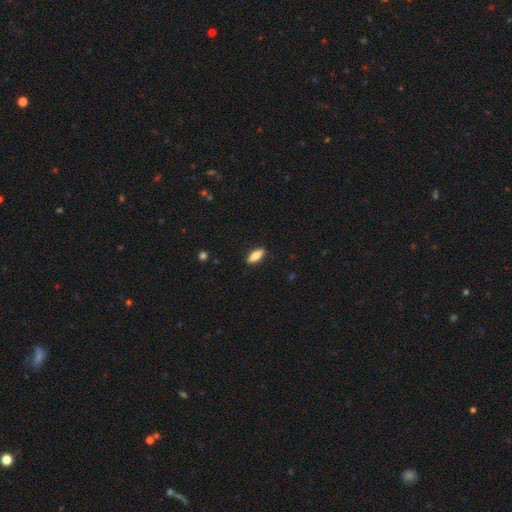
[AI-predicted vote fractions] Smooth or featured: smooth — 78% (featured or disk — 15%)
How rounded: in between — 71% (cigar-shaped — 27%)
Merging: none — 89% (minor disturbance — 8%)